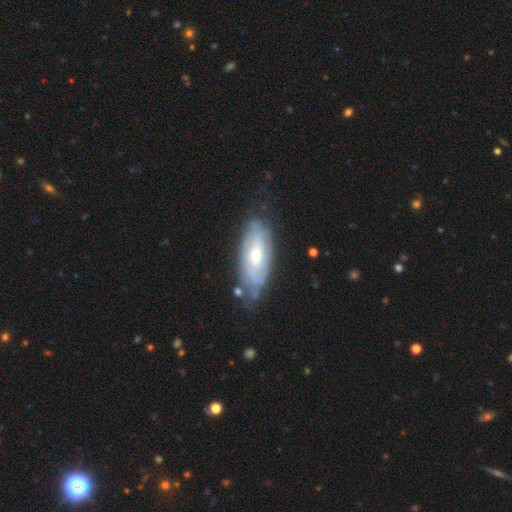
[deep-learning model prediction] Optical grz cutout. It shows a featured or disk galaxy (65%) with no bar (60%), spiral arms (77%) and a moderate central bulge (59%). Merging: none (63%).